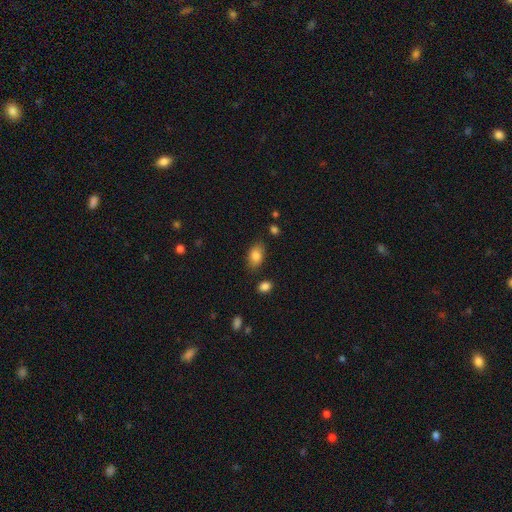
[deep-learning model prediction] smooth-or-featured: smooth: 84% | star or artifact: 8% | featured or disk: 8%
  how-rounded: in between: 88% | round: 11% | cigar-shaped: 2%
  merging: none: 81% | minor disturbance: 13% | major disturbance: 3% | merger: 3%